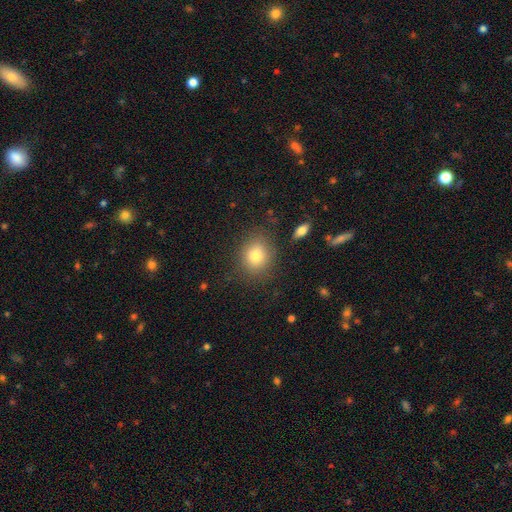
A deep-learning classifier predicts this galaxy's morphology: Smooth or featured? Predicted: smooth (p=0.80). How rounded? Predicted: round (p=0.73). Merging? Predicted: none (p=0.83).